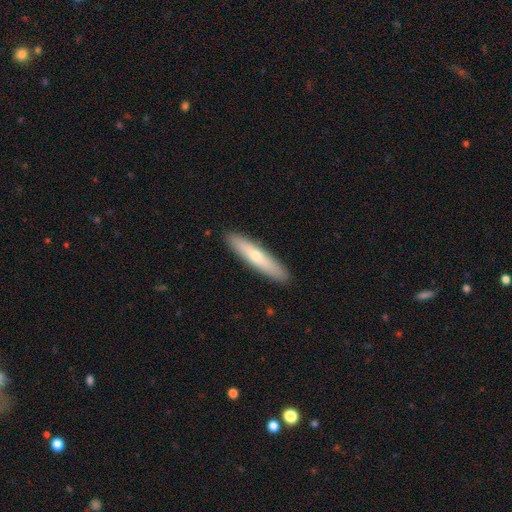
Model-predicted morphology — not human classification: A smooth galaxy with no disk features (59%) that is cigar-shaped (87%). Merging: none (91%).